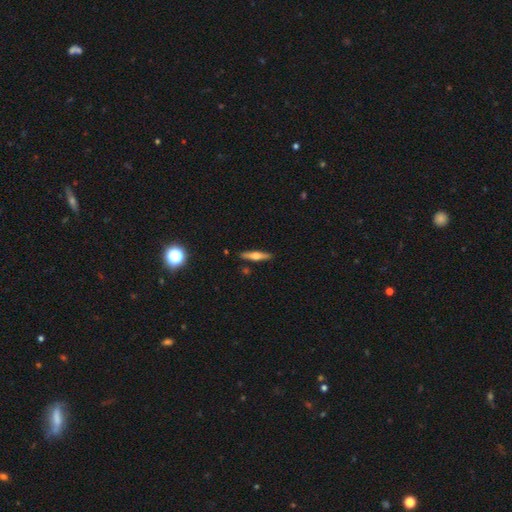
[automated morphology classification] A featured or disk galaxy (50%) viewed edge-on (94%).

Vote fractions:
- Smooth or featured? featured or disk: 50% / smooth: 43% / star or artifact: 7%
- Edge-on disk? yes: 94% / no: 6%
- Merging? none: 88% / minor disturbance: 8% / merger: 2% / major disturbance: 2%